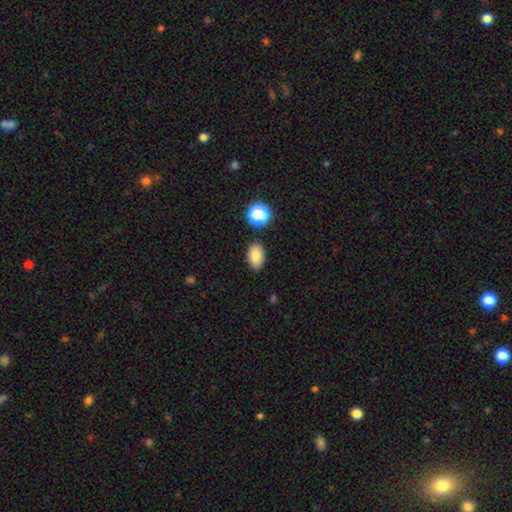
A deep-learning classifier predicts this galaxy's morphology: smooth_or_featured: smooth (p=0.83) [alt: star or artifact p=0.10]
how_rounded: in between (p=0.88) [alt: round p=0.10]
merging: none (p=0.85) [alt: minor disturbance p=0.10]